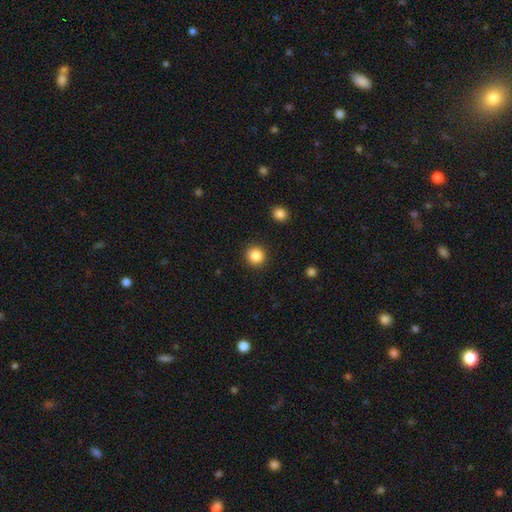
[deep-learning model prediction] Morphology: type=smooth (86%); roundness=round (94%); merging=none (92%).